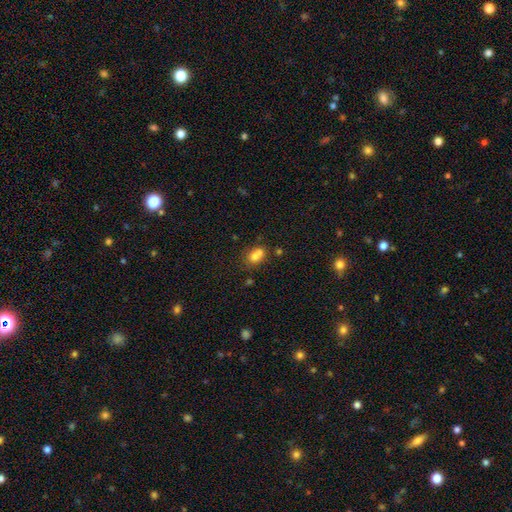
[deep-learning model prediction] Morphology: type=smooth (70%); roundness=round (55%); merging=merger (54%).